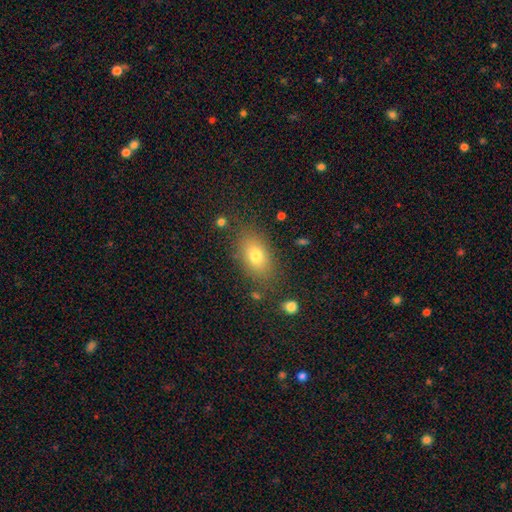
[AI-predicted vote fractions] This is likely a smooth galaxy (76%). How rounded: clearly in between (85%). Merging: clearly none (81%).